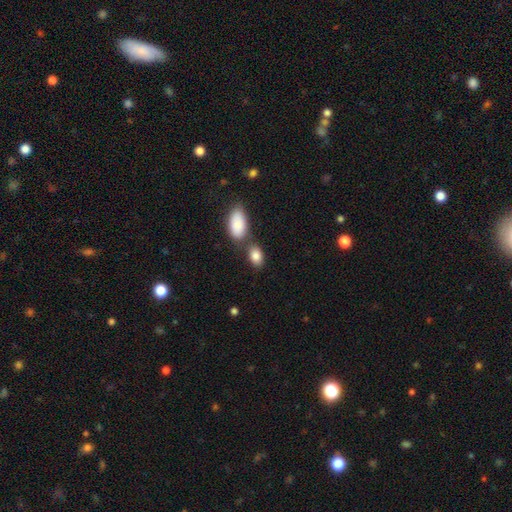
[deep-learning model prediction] Overall: smooth (85%). How rounded: in between (88%). Merging: none (55%; merger 28%).